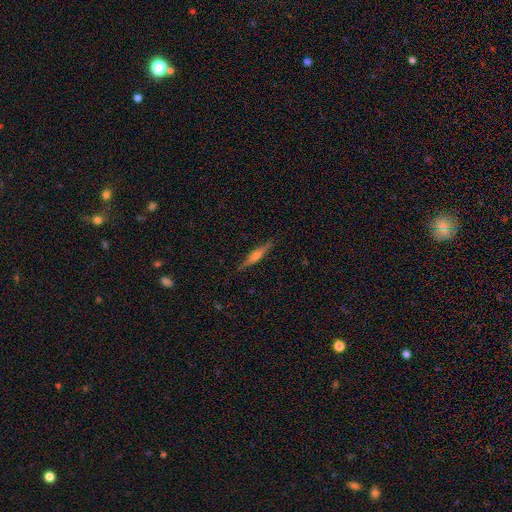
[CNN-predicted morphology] Smooth or featured?
  - featured or disk: 63% *
  - smooth: 30%
  - star or artifact: 7%
Edge-on disk?
  - yes: 97% *
  - no: 3%
Edge-on bulge?
  - rounded: 74% *
  - boxy: 15%
  - none: 11%
Merging?
  - none: 89% *
  - minor disturbance: 8%
  - major disturbance: 2%
  - merger: 1%